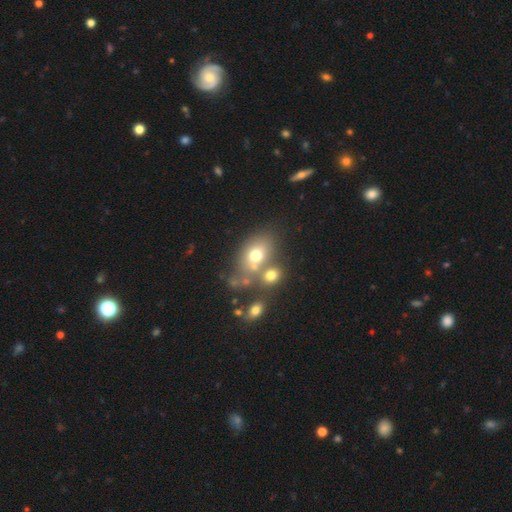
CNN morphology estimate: Smooth or featured: smooth — 66% (featured or disk — 21%)
How rounded: in between — 64% (round — 34%)
Merging: none — 40% (tied with merger — 40%)